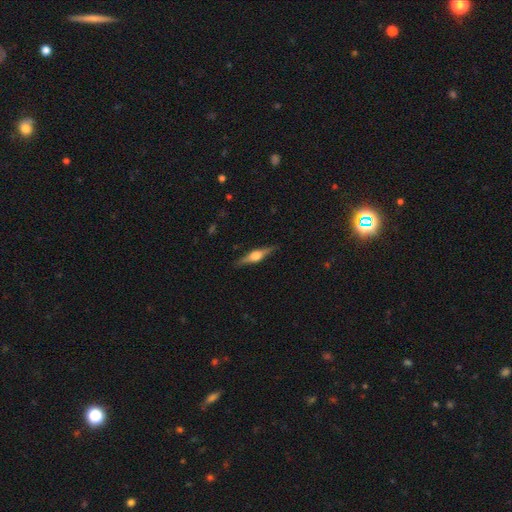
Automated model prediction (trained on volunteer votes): The model was most divided on "smooth or featured": featured or disk: 74%, smooth: 21%, star or artifact: 6%. More confident: edge-on disk — yes (98%); edge-on bulge — rounded (93%); merging — none (89%).